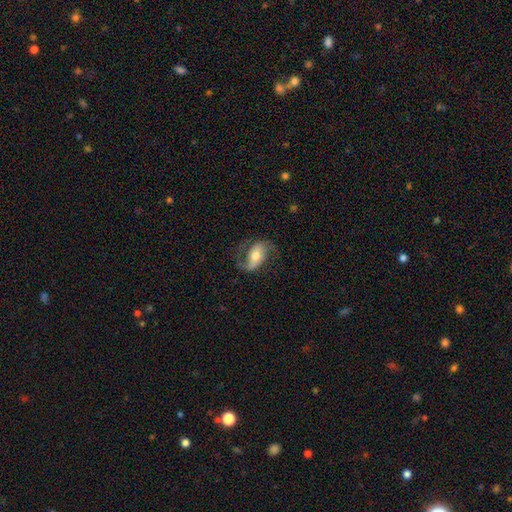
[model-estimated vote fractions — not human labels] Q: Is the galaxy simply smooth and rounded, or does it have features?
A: featured or disk — 73%.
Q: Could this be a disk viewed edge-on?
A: no — 95%.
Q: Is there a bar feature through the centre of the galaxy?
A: weak — 35%.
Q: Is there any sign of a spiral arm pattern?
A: yes — 91%.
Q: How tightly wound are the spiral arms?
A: loose — 51%.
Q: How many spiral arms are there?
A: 2 — 87%.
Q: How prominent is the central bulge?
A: moderate — 67%.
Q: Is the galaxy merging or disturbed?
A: none — 69%.